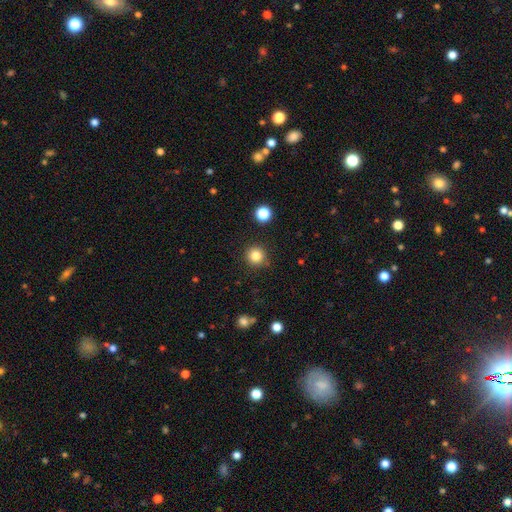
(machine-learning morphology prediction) Overall: smooth (83%). How rounded: round (95%). Merging: none (89%).